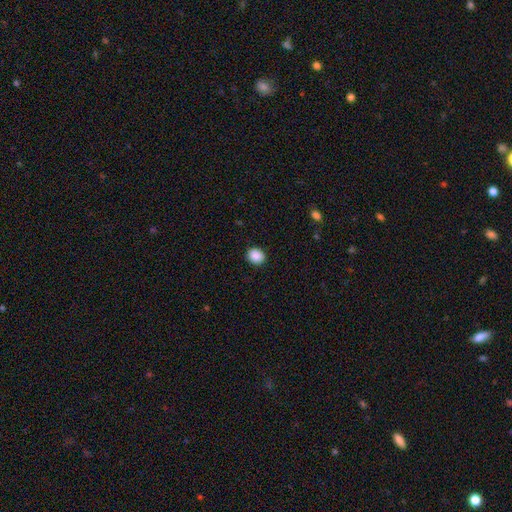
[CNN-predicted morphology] Overall: smooth (89%). How rounded: round (67%; in between 33%). Merging: none (90%).